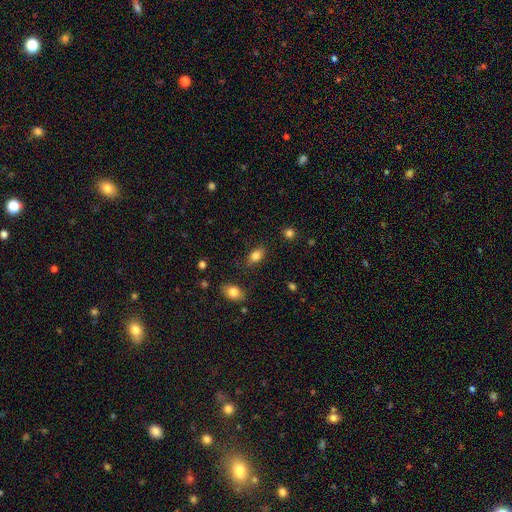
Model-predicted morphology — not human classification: The model was most divided on "merging": none: 83%, minor disturbance: 12%, major disturbance: 3%, merger: 2%. More confident: how rounded — in between (87%); smooth or featured — smooth (84%).